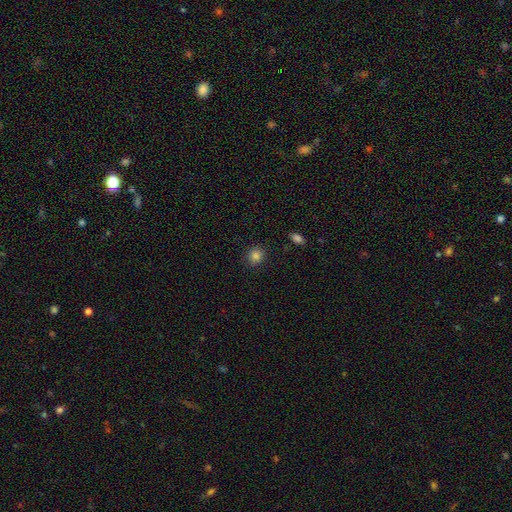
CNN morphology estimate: This is clearly a smooth galaxy (84%). How rounded: likely round (80%). Merging: clearly none (89%).